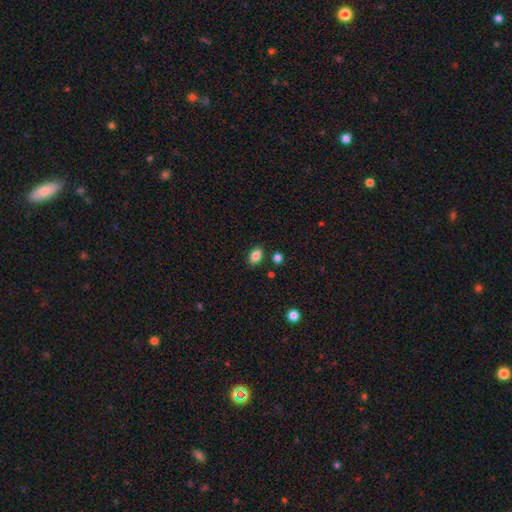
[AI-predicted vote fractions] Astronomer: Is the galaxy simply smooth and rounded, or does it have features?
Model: smooth — 85%.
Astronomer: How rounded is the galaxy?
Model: in between — 85%.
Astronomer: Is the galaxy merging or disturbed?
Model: none — 85%.